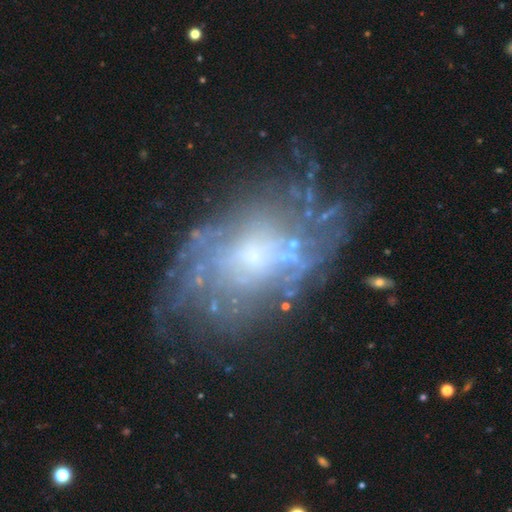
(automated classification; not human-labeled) Smooth or featured? Predicted: featured or disk (p=0.69). Edge-on disk? Predicted: no (p=0.94). Bar? Predicted: no (p=0.78). Spiral arms? Predicted: yes (p=0.54). Bulge size? Predicted: small (p=0.55). Merging? Predicted: none (p=0.58).